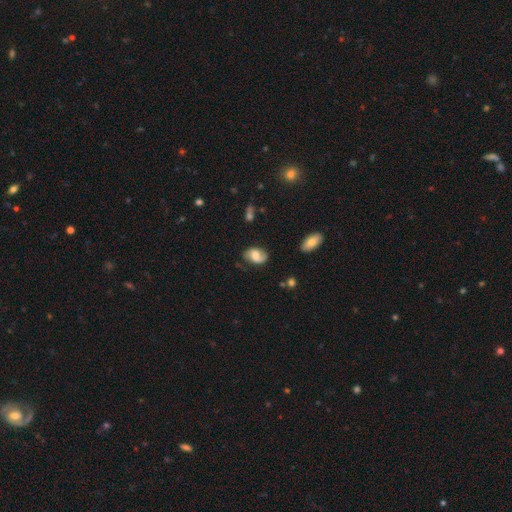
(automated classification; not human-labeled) Smooth or featured? Predicted: smooth (p=0.47). Merging? Predicted: none (p=0.67).